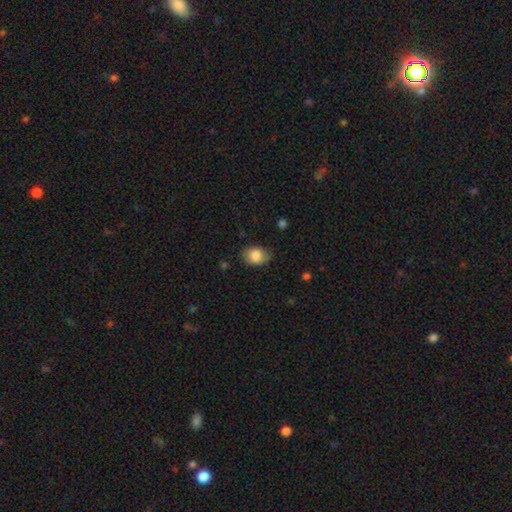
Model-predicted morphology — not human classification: Smooth or featured? smooth (85%)
How rounded? in between (68%)
Merging? none (74%)